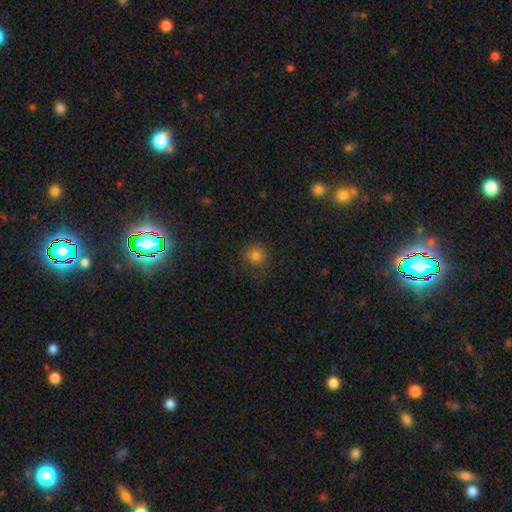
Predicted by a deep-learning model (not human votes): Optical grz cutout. It shows a smooth galaxy with no disk features (80%) that is round (91%). Merging: none (82%).